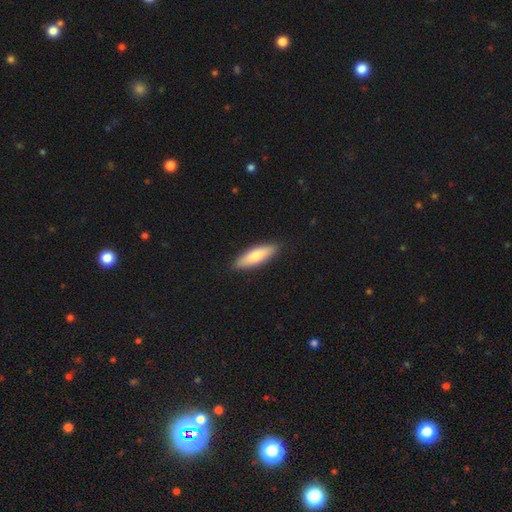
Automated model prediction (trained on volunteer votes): Overall: smooth (76%). How rounded: cigar-shaped (55%; in between 43%). Merging: none (89%).